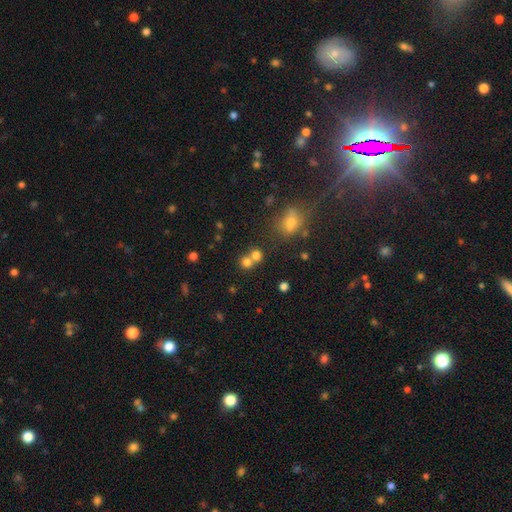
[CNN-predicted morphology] Overall: smooth (73%). How rounded: round (81%). Merging: none (46%; merger 44%).